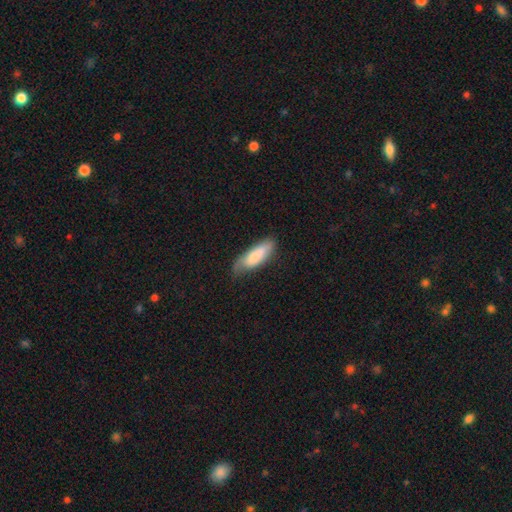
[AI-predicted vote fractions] Smooth or featured? smooth (75%)
How rounded? in between (60%)
Merging? none (61%)